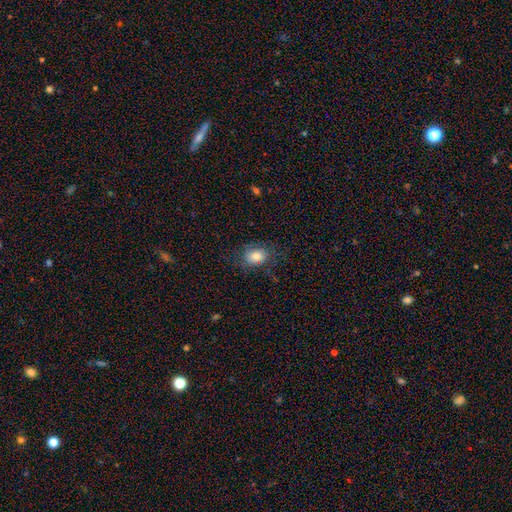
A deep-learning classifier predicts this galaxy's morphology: Smooth or featured: smooth — 77% (featured or disk — 13%)
How rounded: in between — 63% (round — 36%)
Merging: none — 71% (minor disturbance — 18%)